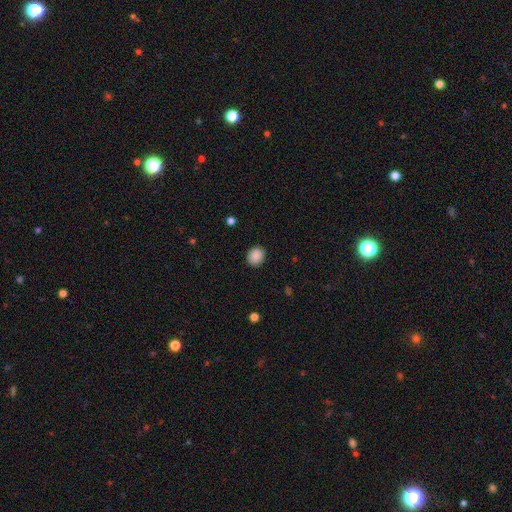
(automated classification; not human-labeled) smooth 89%, star or artifact 8%, featured or disk 3%. Down the decision tree: how rounded — round (64%); merging — none (89%).